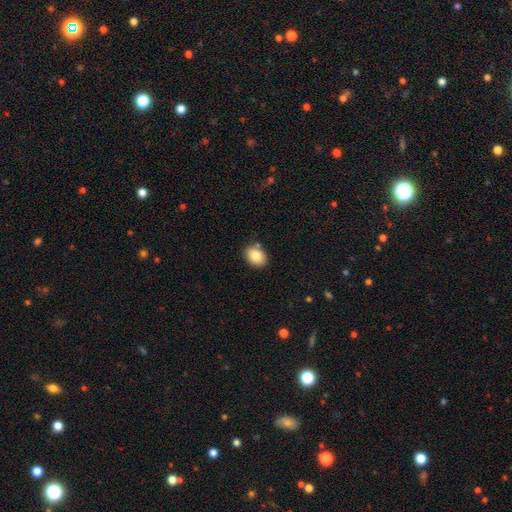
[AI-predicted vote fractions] A smooth galaxy with no disk features (83%) that is in between round and cigar-shaped (64%). Merging: none (82%).